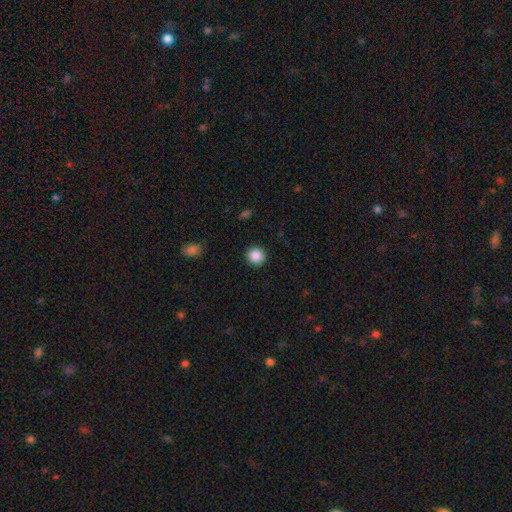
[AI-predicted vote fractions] Smooth or featured: smooth — 87% (star or artifact — 9%)
How rounded: round — 92% (in between — 7%)
Merging: none — 92% (minor disturbance — 5%)